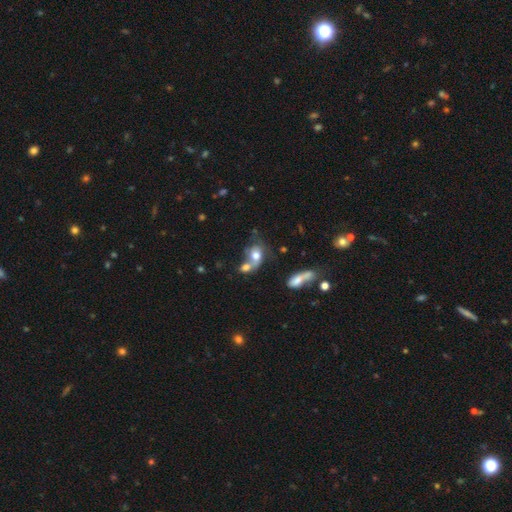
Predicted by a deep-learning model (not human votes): This appears to be a smooth galaxy with no disk features (65%) that is in between round and cigar-shaped (58%). Merging: merger (60%).